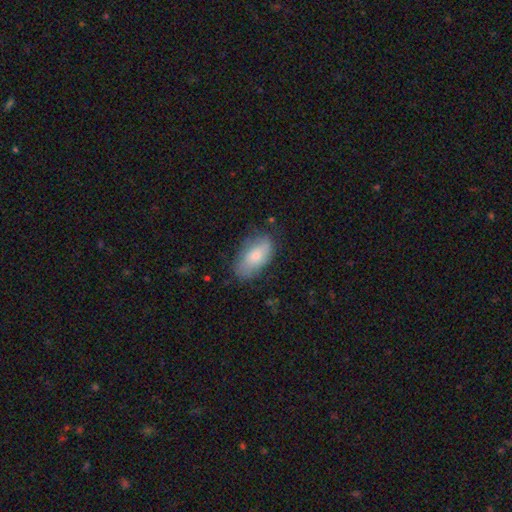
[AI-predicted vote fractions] Morphology: type=smooth (74%); roundness=in between (92%); merging=none (70%).